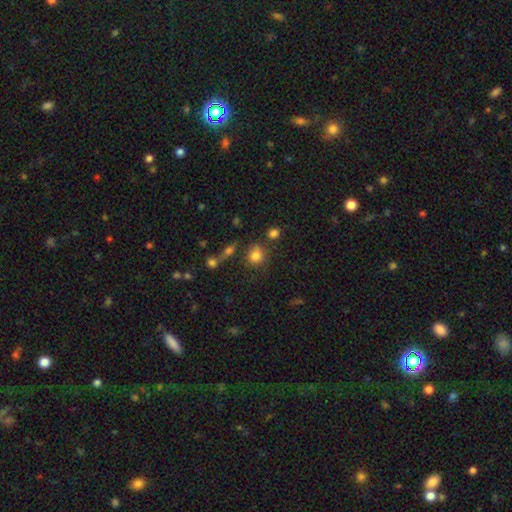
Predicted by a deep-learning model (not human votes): Morphology: type=smooth (80%); roundness=round (82%); merging=none (73%).